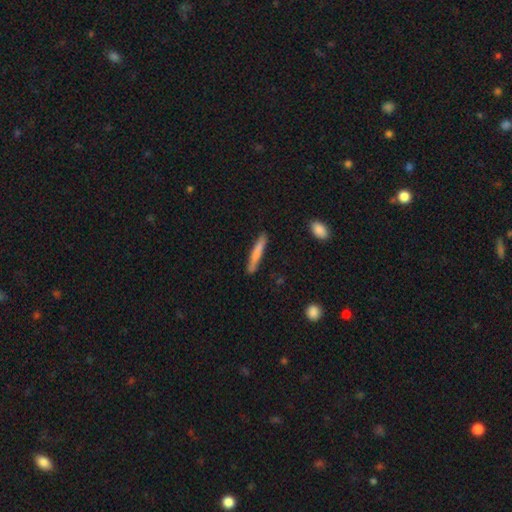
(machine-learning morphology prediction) type=smooth (73%); roundness=cigar-shaped (95%); merging=none (87%).